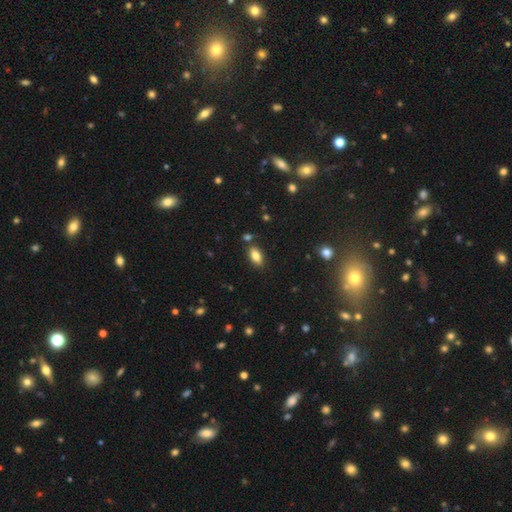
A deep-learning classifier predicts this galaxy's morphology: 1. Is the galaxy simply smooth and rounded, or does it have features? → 80% smooth, 11% featured or disk, 8% star or artifact.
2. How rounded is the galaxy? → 89% in between, 7% cigar-shaped, 4% round.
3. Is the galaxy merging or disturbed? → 80% none, 12% minor disturbance, 6% merger, 3% major disturbance.